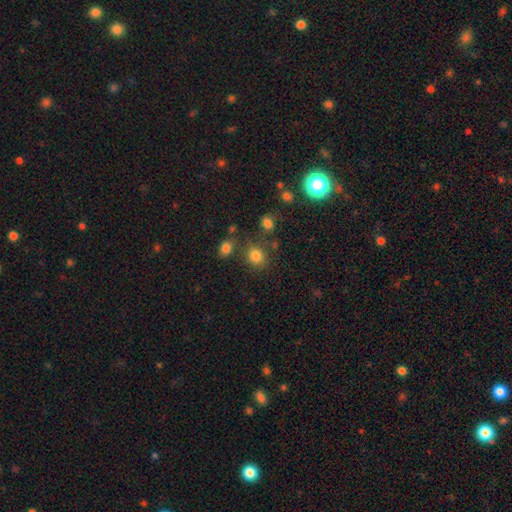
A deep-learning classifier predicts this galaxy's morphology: The model was most divided on "how rounded": round: 70%, in between: 29%, cigar-shaped: 1%. More confident: smooth or featured — smooth (81%); merging — none (71%).